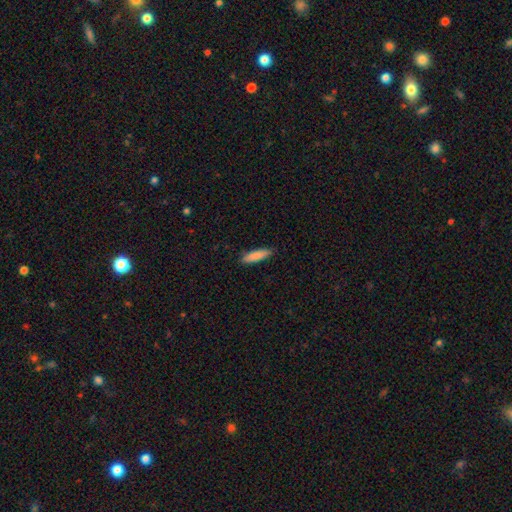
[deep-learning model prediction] This is clearly a smooth galaxy (87%). How rounded: likely cigar-shaped (74%). Merging: clearly none (89%).